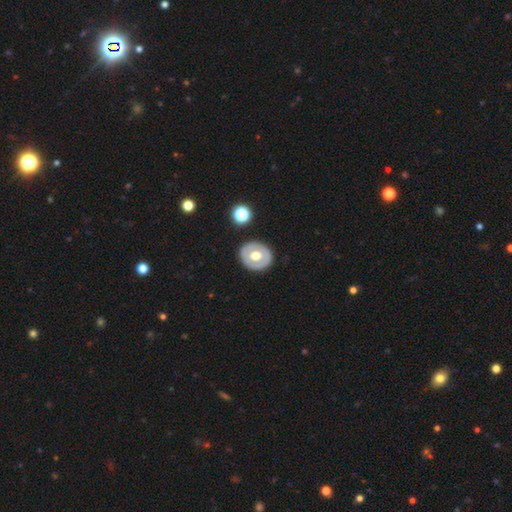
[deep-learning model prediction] A featured or disk galaxy (53%). Merging: none (86%).